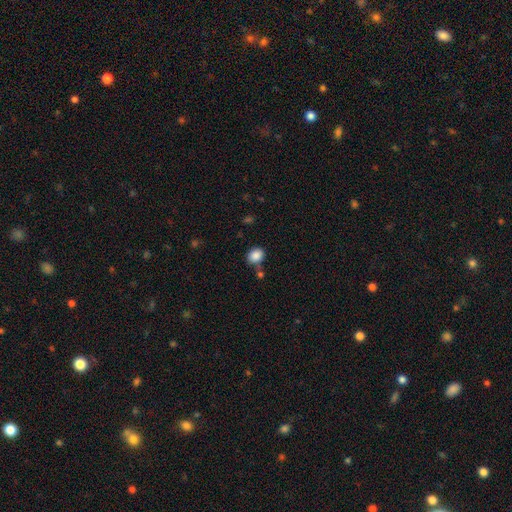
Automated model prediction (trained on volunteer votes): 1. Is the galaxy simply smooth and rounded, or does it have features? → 87% smooth, 9% star or artifact, 4% featured or disk.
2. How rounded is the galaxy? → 51% round, 48% in between, 1% cigar-shaped.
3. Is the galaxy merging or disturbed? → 70% none, 15% minor disturbance, 11% merger, 4% major disturbance.